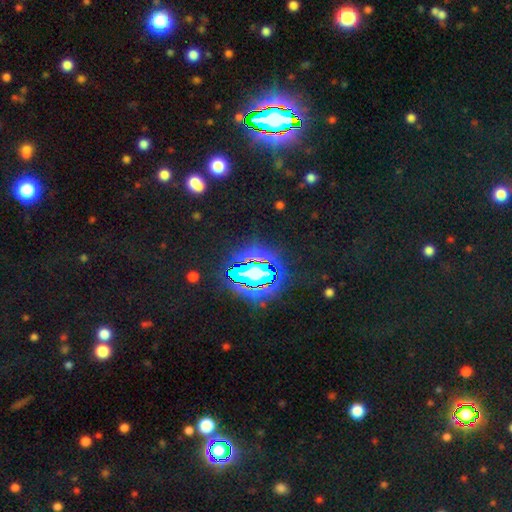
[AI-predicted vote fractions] This is likely a star or artifact rather than a galaxy (69%).